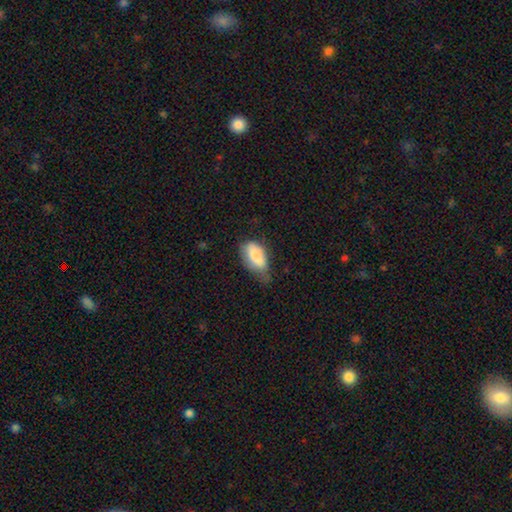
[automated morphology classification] Smooth or featured? smooth (81%)
How rounded? in between (91%)
Merging? minor disturbance (46%)